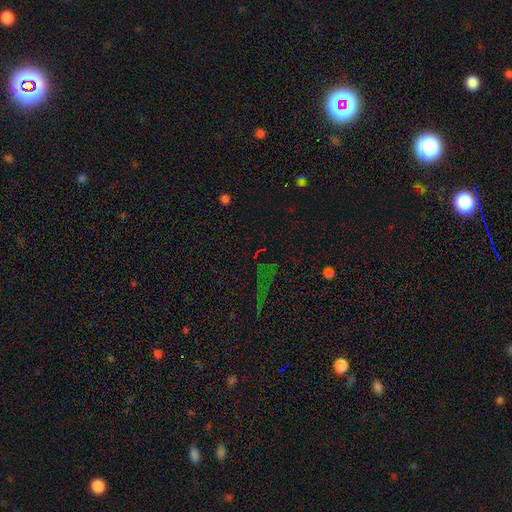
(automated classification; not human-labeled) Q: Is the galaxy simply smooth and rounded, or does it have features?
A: star or artifact — 77%.